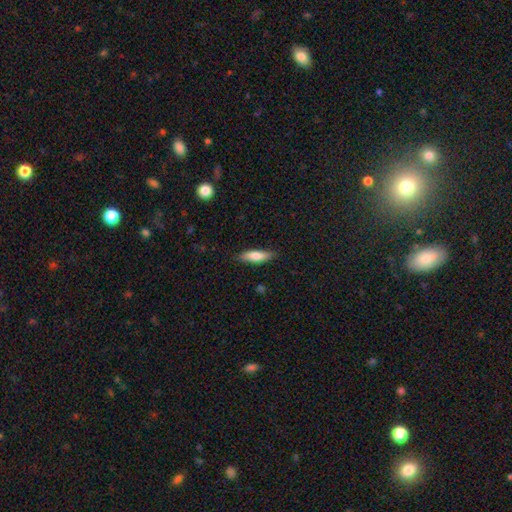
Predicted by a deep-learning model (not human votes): The model was most divided on "how rounded": cigar-shaped: 58%, in between: 40%, round: 2%. More confident: merging — none (83%); smooth or featured — smooth (75%).